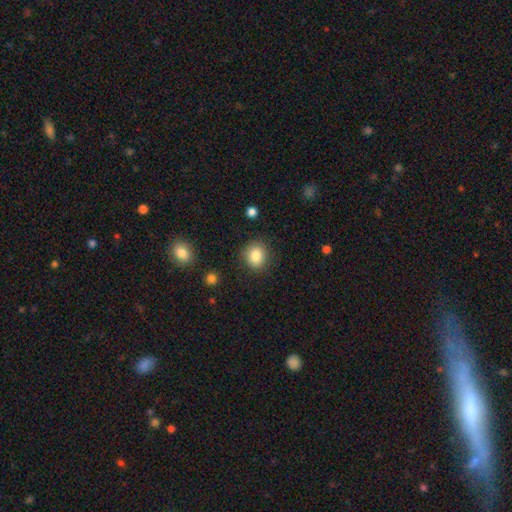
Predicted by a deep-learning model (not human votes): smooth 84%, star or artifact 9%, featured or disk 6%. Down the decision tree: how rounded — round (69%); merging — none (85%).